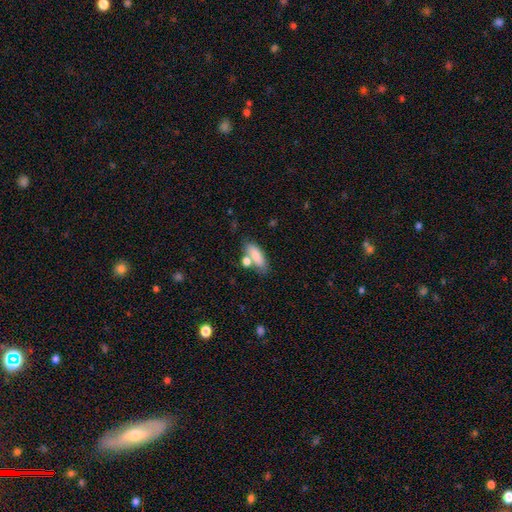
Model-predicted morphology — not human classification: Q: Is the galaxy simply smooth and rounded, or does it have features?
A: smooth — 82%.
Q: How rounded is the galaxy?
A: in between — 70%.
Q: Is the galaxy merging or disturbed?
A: none — 56%.